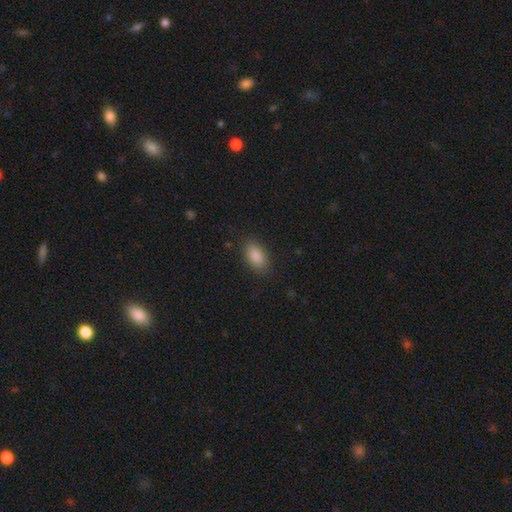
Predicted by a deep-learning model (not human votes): smooth 86%, star or artifact 9%, featured or disk 5%. Down the decision tree: how rounded — in between (91%); merging — none (86%).